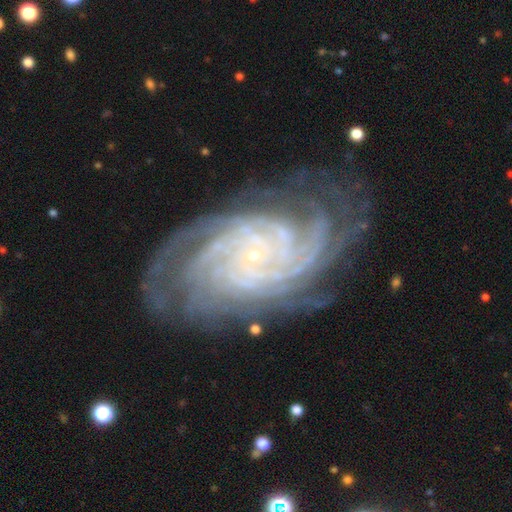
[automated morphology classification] The model was most divided on "spiral arm count": more than 4: 31%, 4: 28%, can't tell: 14%, 3: 11%, 2: 8%, 1: 7%. More confident: spiral arms — yes (98%); edge-on disk — no (97%); smooth or featured — featured or disk (91%); bulge size — small (89%); spiral winding — tight (78%); bar — no (76%); merging — none (76%).